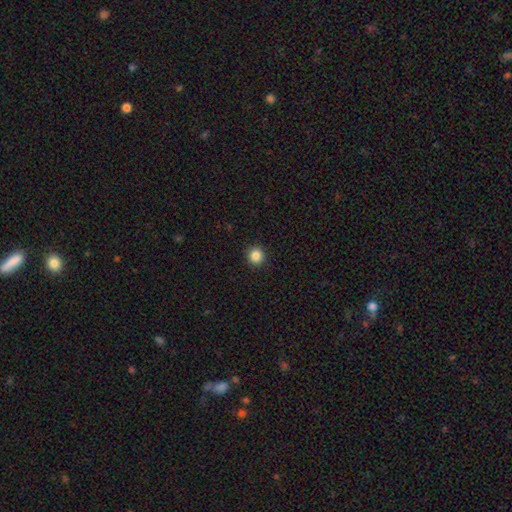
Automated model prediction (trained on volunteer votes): smooth-or-featured: smooth: 86% | star or artifact: 11% | featured or disk: 4%
  how-rounded: round: 94% | in between: 5% | cigar-shaped: 1%
  merging: none: 93% | minor disturbance: 5% | major disturbance: 2% | merger: 1%